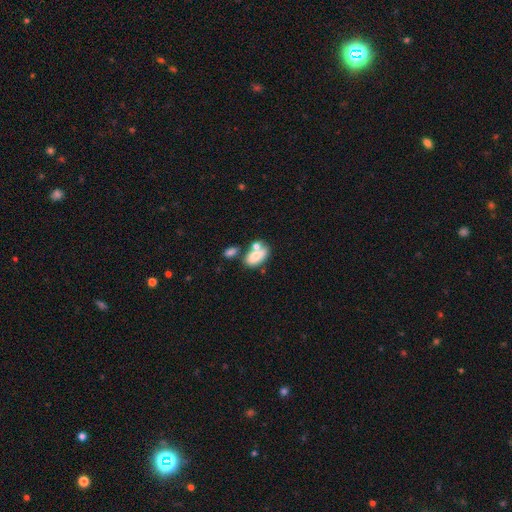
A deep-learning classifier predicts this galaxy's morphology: smooth_or_featured: smooth (p=0.73) [alt: featured or disk p=0.18]
how_rounded: in between (p=0.90) [alt: round p=0.08]
merging: merger (p=0.40) [alt: none p=0.37]